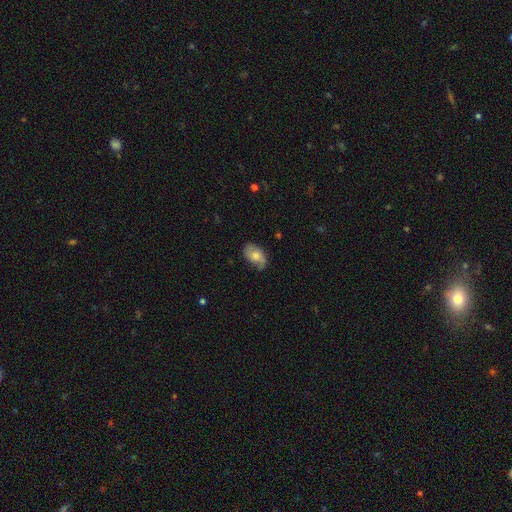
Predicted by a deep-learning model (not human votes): The model was most divided on "smooth or featured": smooth: 59%, featured or disk: 34%, star or artifact: 7%. More confident: how rounded — in between (91%); merging — none (63%).